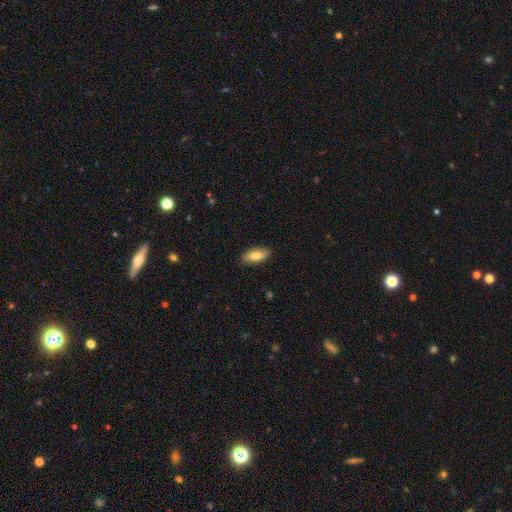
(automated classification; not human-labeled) Overall: smooth (75%). How rounded: in between (78%). Merging: none (85%).